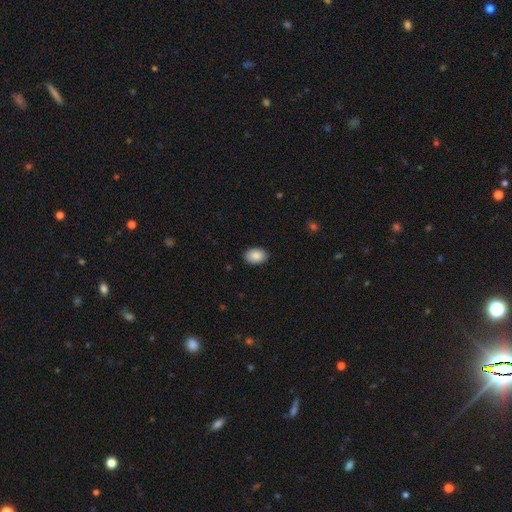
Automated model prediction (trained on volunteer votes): A smooth galaxy with no disk features (89%) that is in between round and cigar-shaped (83%). Merging: none (89%).